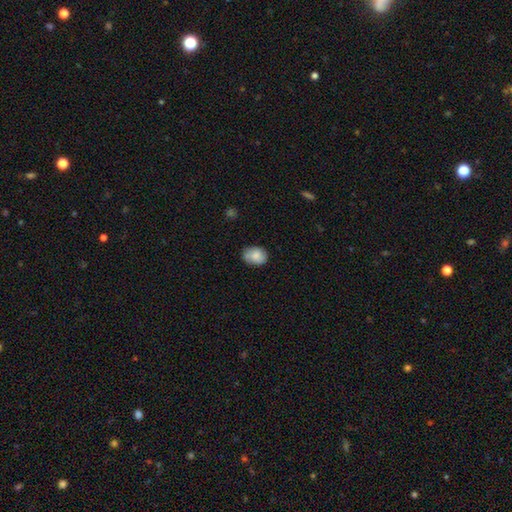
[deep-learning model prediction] A smooth galaxy with no disk features (80%) that is in between round and cigar-shaped (57%). Merging: none (69%).